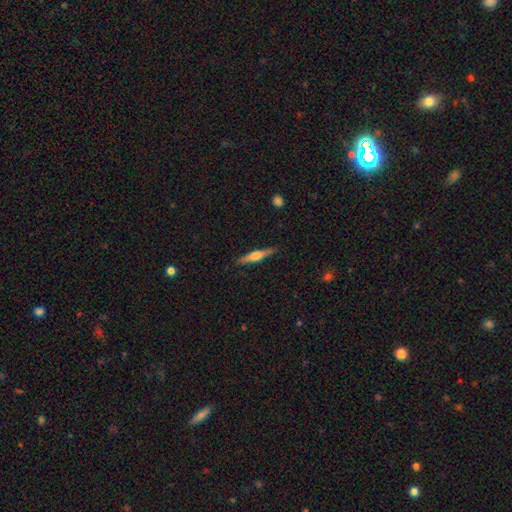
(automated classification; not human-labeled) Smooth or featured? Predicted: featured or disk (p=0.58). Edge-on disk? Predicted: yes (p=0.97). Edge-on bulge? Predicted: rounded (p=0.79). Merging? Predicted: none (p=0.86).